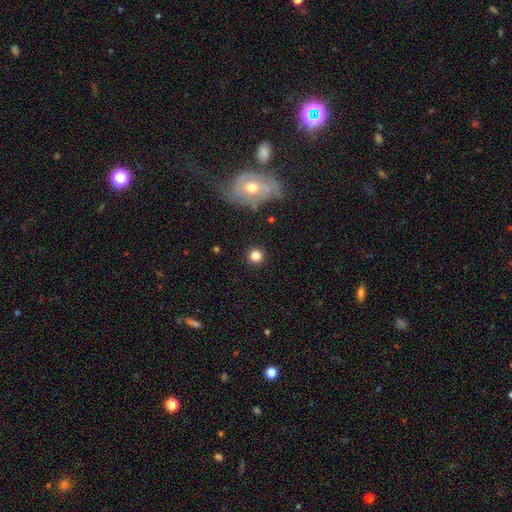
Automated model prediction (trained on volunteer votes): Smooth or featured?
  - smooth: 83% *
  - star or artifact: 11%
  - featured or disk: 7%
How rounded?
  - round: 93% *
  - in between: 6%
  - cigar-shaped: 1%
Merging?
  - none: 89% *
  - minor disturbance: 6%
  - major disturbance: 3%
  - merger: 2%